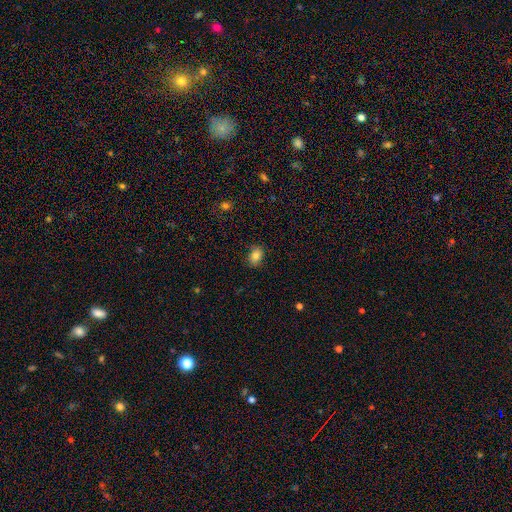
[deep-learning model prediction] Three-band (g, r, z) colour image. It shows a smooth galaxy with no disk features (83%) that is in between round and cigar-shaped (76%). Merging: none (85%).